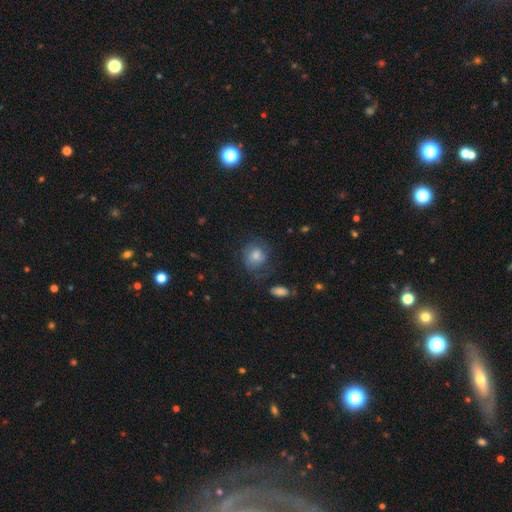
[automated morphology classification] This appears to be a smooth galaxy with no disk features (55%) that is round (71%). Merging: none (62%).